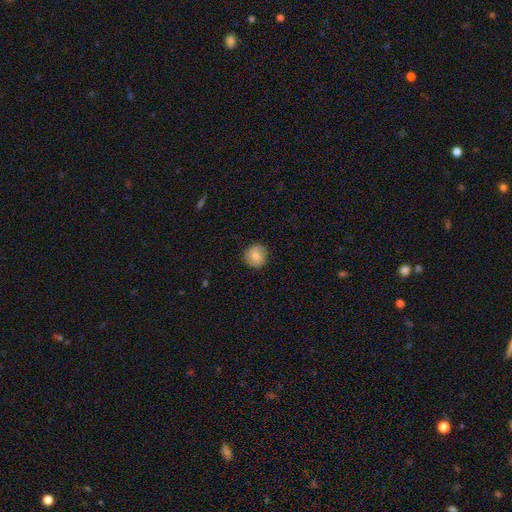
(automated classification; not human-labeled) Smooth or featured? Predicted: smooth (p=0.78). How rounded? Predicted: round (p=0.91). Merging? Predicted: none (p=0.87).